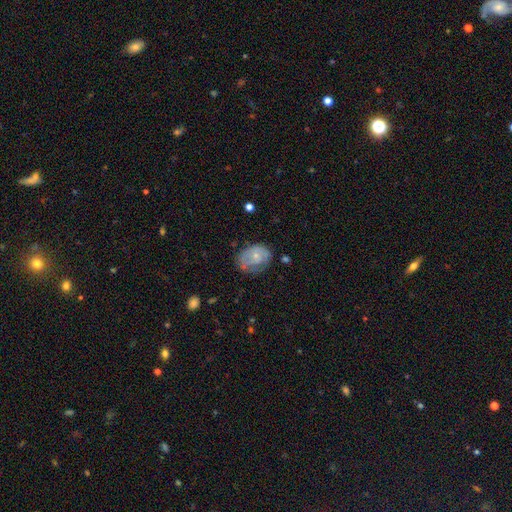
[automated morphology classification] The model was most divided on "smooth or featured": smooth: 47%, featured or disk: 46%, star or artifact: 7%. Remaining: merging — none (48%).